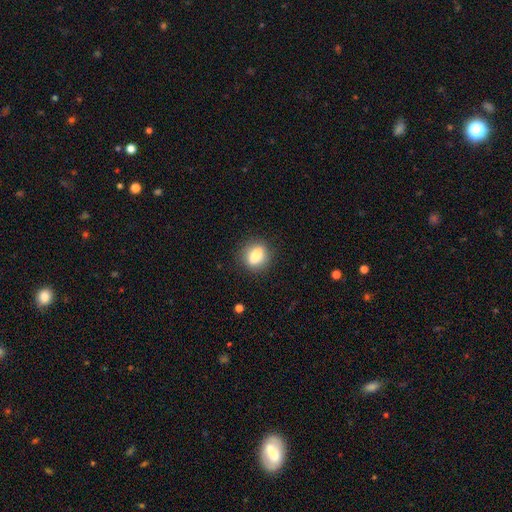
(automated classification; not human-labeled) Q: Smooth or featured?
A: smooth (79%); runner-up: featured or disk (12%)
Q: How rounded?
A: in between (54%); runner-up: round (42%)
Q: Merging?
A: none (86%); runner-up: minor disturbance (10%)